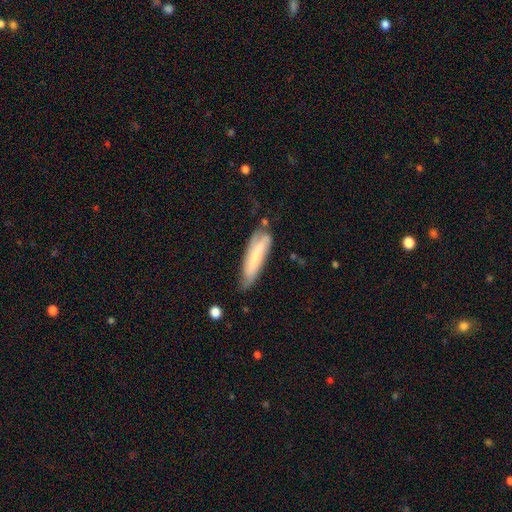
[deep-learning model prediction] This appears to be a smooth galaxy with no disk features (57%) that is cigar-shaped (69%). Merging: none (54%).